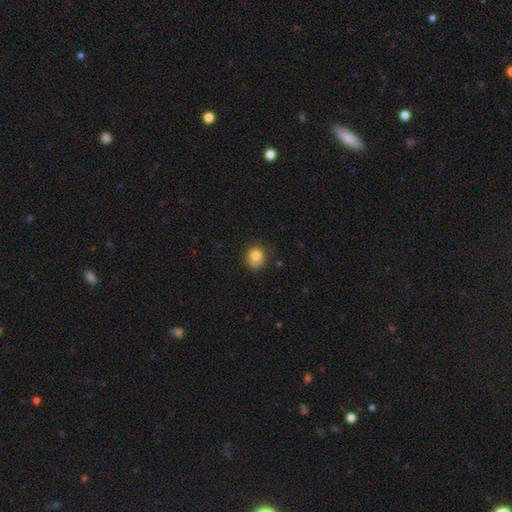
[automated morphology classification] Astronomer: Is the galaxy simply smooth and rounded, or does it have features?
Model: smooth — 81%.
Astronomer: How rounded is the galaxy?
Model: round — 76%.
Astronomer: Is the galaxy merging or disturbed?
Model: none — 70%.